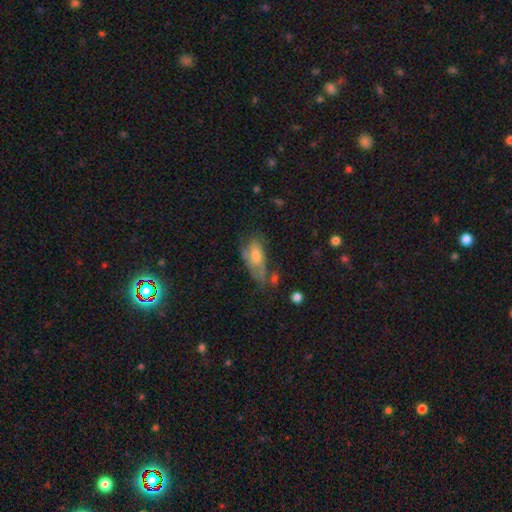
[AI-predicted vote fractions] Overall: smooth (48%; featured or disk 42%). Merging: none (39%; minor disturbance 31%).